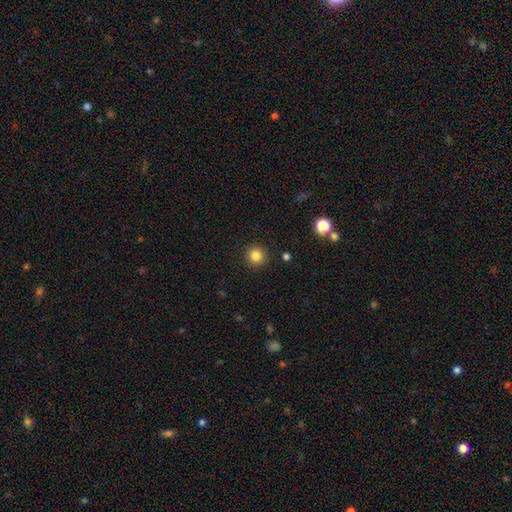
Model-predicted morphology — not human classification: Q: Smooth or featured?
A: smooth (84%); runner-up: star or artifact (12%)
Q: How rounded?
A: round (94%); runner-up: in between (5%)
Q: Merging?
A: none (92%); runner-up: minor disturbance (5%)